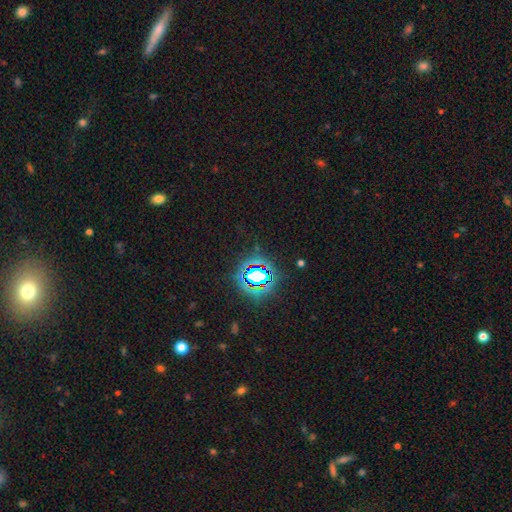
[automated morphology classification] A star or artifact, not a galaxy (83%).

Vote fractions:
- Smooth or featured? star or artifact: 83% / smooth: 10% / featured or disk: 7%